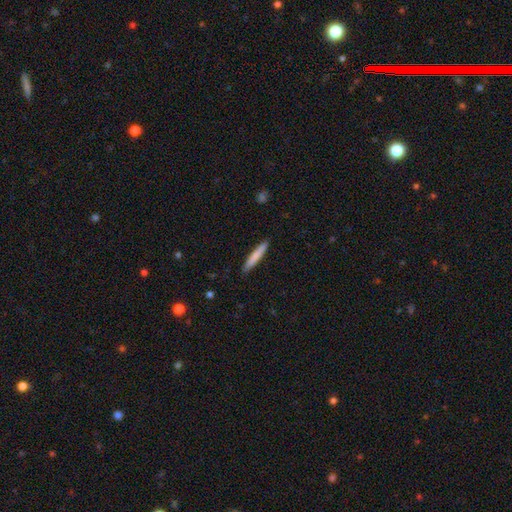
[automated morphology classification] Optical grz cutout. It shows a smooth galaxy with no disk features (78%) that is cigar-shaped (95%). Merging: none (90%).